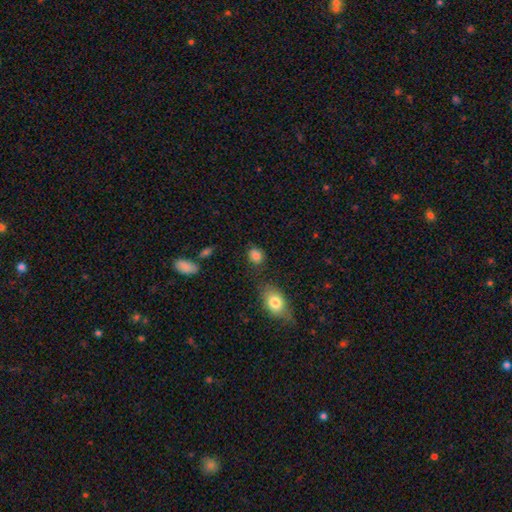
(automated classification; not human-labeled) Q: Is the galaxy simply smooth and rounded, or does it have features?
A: smooth — 84%.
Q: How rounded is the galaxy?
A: round — 60%.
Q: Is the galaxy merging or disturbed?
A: none — 74%.